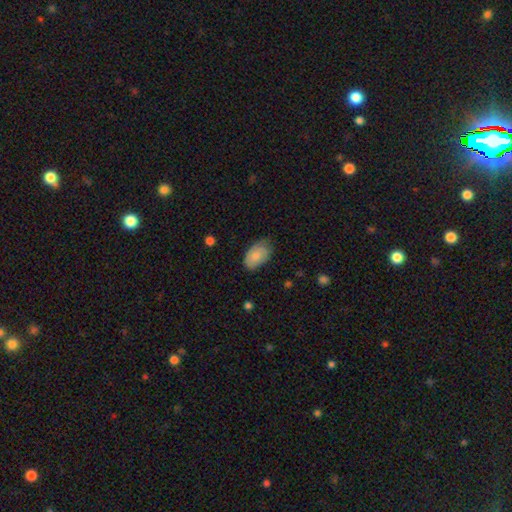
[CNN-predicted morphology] Smooth or featured? smooth (82%)
How rounded? in between (92%)
Merging? none (66%)